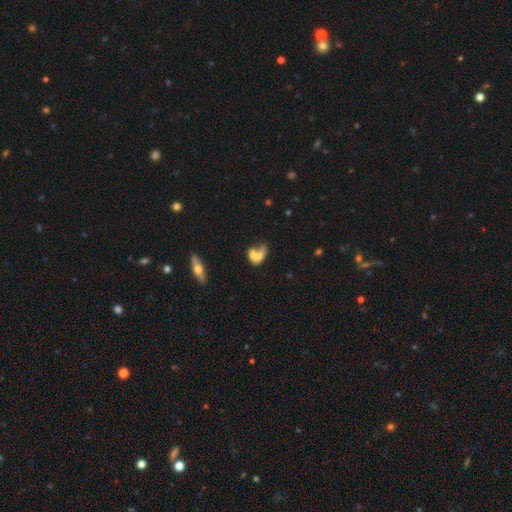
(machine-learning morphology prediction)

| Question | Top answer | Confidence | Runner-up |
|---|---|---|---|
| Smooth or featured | smooth | 57% | featured or disk (32%) |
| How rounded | in between | 72% | round (19%) |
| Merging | merger | 56% | none (22%) |